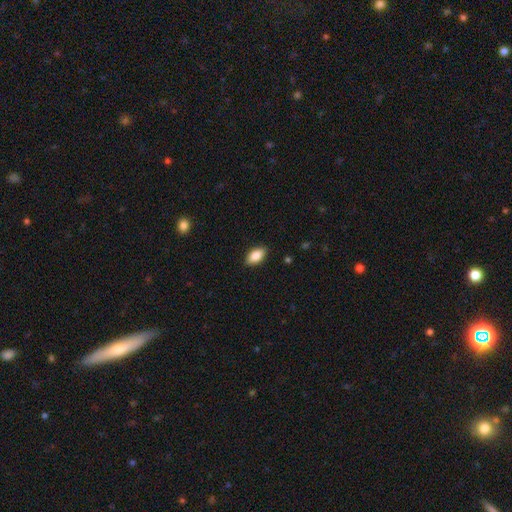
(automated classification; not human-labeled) Smooth or featured? Predicted: smooth (p=0.86). How rounded? Predicted: in between (p=0.92). Merging? Predicted: none (p=0.88).